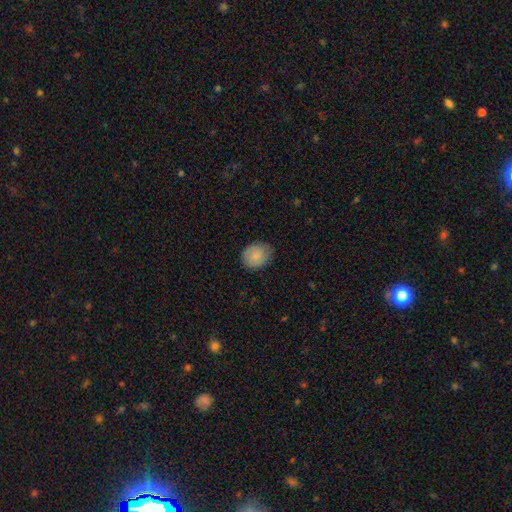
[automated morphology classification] Q: Smooth or featured?
A: smooth (84%); runner-up: featured or disk (9%)
Q: How rounded?
A: round (63%); runner-up: in between (36%)
Q: Merging?
A: none (76%); runner-up: minor disturbance (19%)